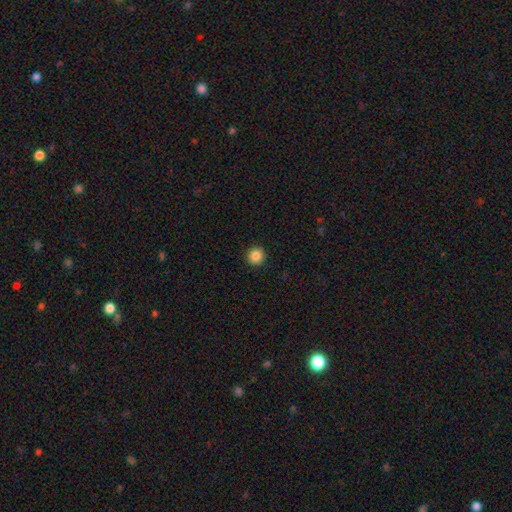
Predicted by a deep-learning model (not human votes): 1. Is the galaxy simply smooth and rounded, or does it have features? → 86% smooth, 10% star or artifact, 4% featured or disk.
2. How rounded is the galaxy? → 95% round, 5% in between, 1% cigar-shaped.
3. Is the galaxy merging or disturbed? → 93% none, 5% minor disturbance, 2% major disturbance, 1% merger.